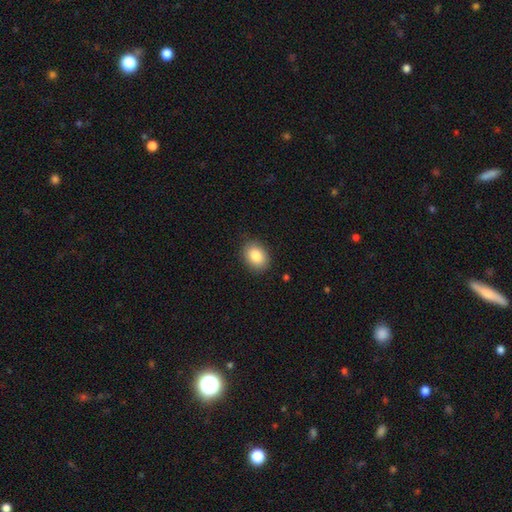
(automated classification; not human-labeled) Morphology: type=smooth (87%); roundness=in between (69%); merging=none (86%).